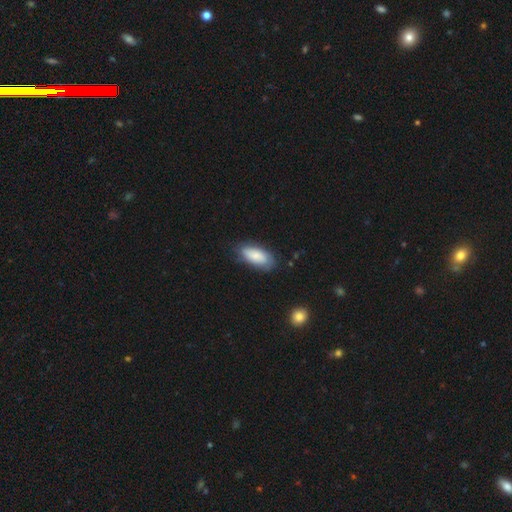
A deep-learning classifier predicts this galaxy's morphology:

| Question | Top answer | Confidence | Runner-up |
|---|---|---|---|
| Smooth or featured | smooth | 74% | featured or disk (20%) |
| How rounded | in between | 87% | cigar-shaped (10%) |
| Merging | none | 72% | minor disturbance (21%) |